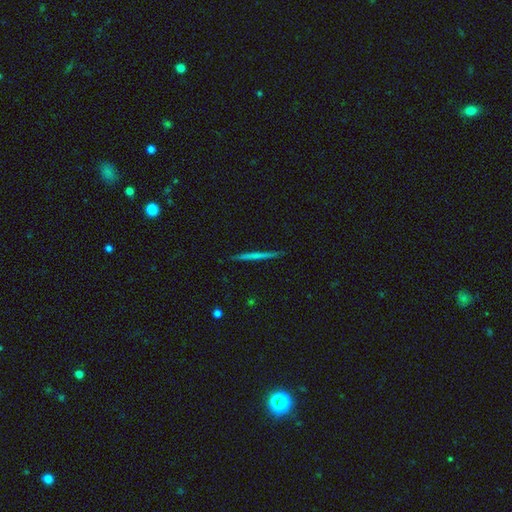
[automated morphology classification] A smooth galaxy with no disk features (48%). Merging: none (92%).